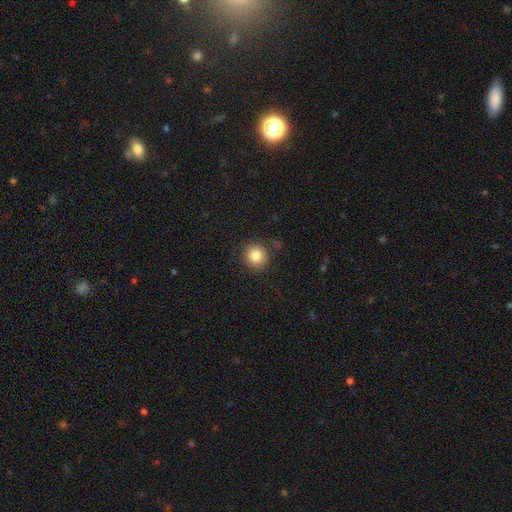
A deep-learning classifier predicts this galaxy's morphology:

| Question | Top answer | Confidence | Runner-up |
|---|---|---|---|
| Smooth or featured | smooth | 85% | star or artifact (10%) |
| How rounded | round | 92% | in between (7%) |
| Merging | none | 87% | minor disturbance (9%) |